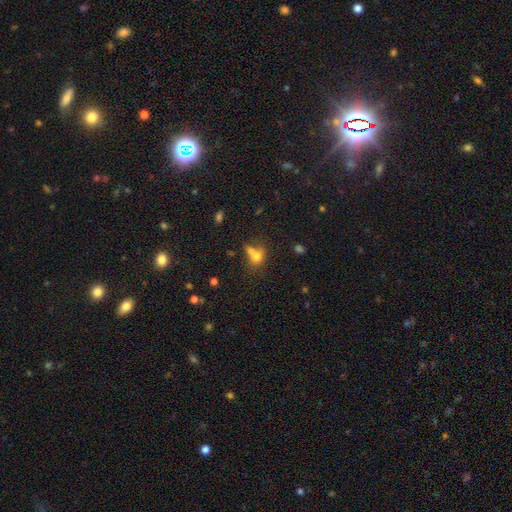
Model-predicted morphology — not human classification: Smooth or featured? smooth (72%)
How rounded? round (50%)
Merging? merger (47%)